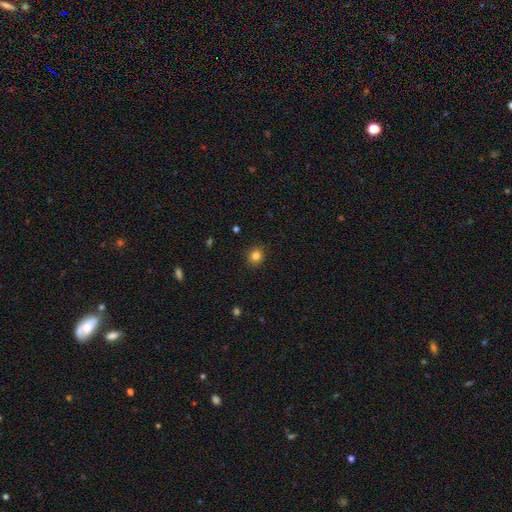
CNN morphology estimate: Q: Smooth or featured?
A: smooth (83%); runner-up: star or artifact (12%)
Q: How rounded?
A: round (78%); runner-up: in between (21%)
Q: Merging?
A: none (88%); runner-up: minor disturbance (8%)